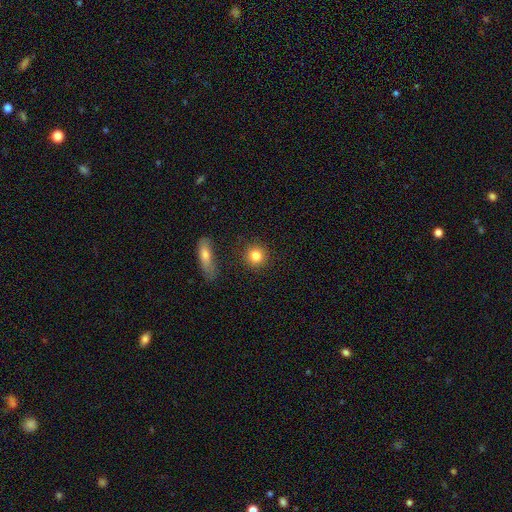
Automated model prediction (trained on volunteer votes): Smooth or featured: smooth — 84% (star or artifact — 9%)
How rounded: round — 91% (in between — 8%)
Merging: none — 87% (minor disturbance — 7%)